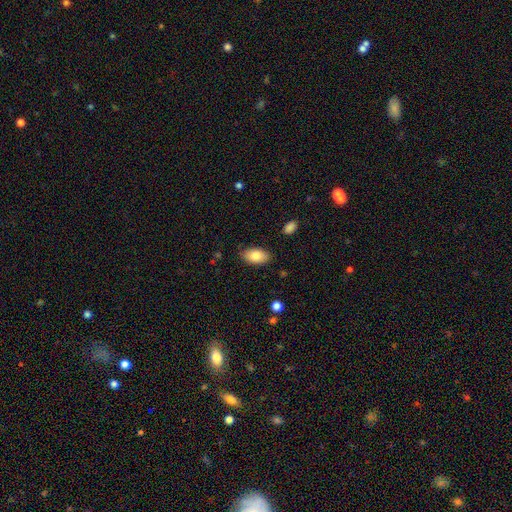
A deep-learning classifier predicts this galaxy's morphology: A smooth galaxy with no disk features (83%) that is in between round and cigar-shaped (94%).

Vote fractions:
- Smooth or featured? smooth: 83% / featured or disk: 10% / star or artifact: 7%
- How rounded? in between: 94% / round: 4% / cigar-shaped: 2%
- Merging? none: 83% / minor disturbance: 13% / major disturbance: 3% / merger: 1%